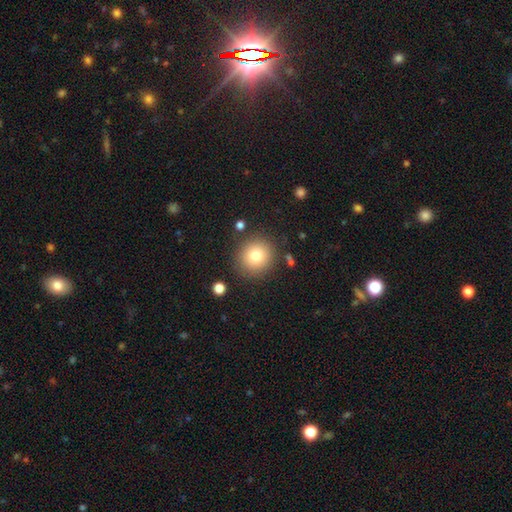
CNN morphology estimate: Overall: smooth (79%). How rounded: round (91%). Merging: none (85%).